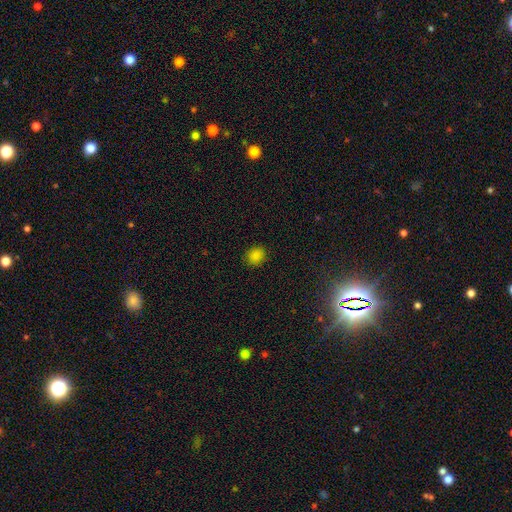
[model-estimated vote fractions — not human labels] A smooth galaxy with no disk features (83%) that is round (71%). Merging: none (89%).